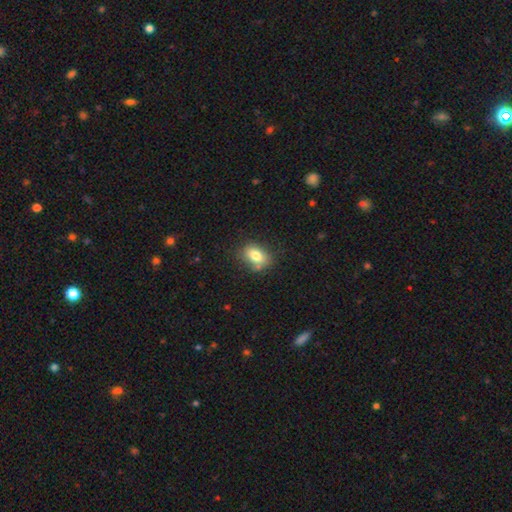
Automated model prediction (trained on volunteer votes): smooth_or_featured: smooth (p=0.79) [alt: featured or disk p=0.11]
how_rounded: in between (p=0.76) [alt: round p=0.23]
merging: none (p=0.75) [alt: minor disturbance p=0.17]